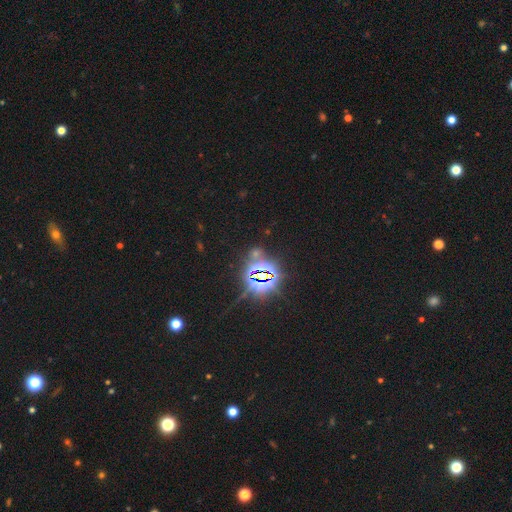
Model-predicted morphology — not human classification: Q: Smooth or featured?
A: star or artifact (84%); runner-up: smooth (9%)